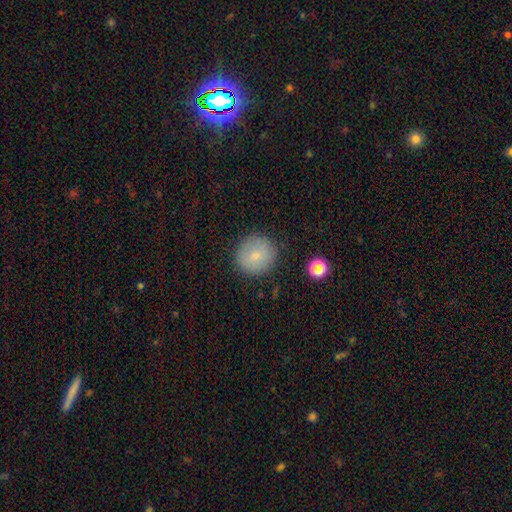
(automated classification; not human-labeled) smooth_or_featured: smooth (p=0.80) [alt: featured or disk p=0.12]
how_rounded: round (p=0.91) [alt: in between p=0.08]
merging: none (p=0.87) [alt: minor disturbance p=0.09]